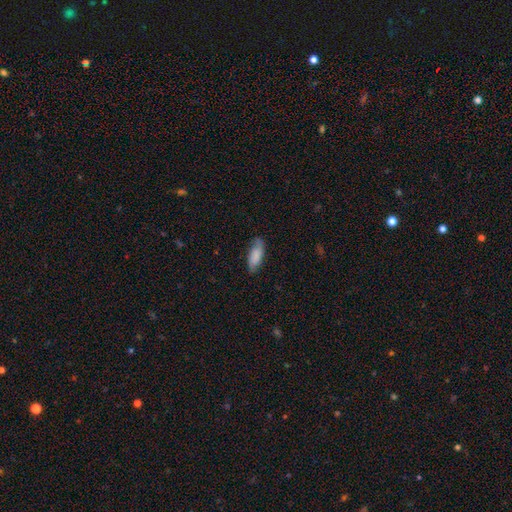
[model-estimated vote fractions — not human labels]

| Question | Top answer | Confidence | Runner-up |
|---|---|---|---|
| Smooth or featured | smooth | 79% | featured or disk (15%) |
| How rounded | in between | 71% | cigar-shaped (28%) |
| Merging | none | 77% | minor disturbance (18%) |